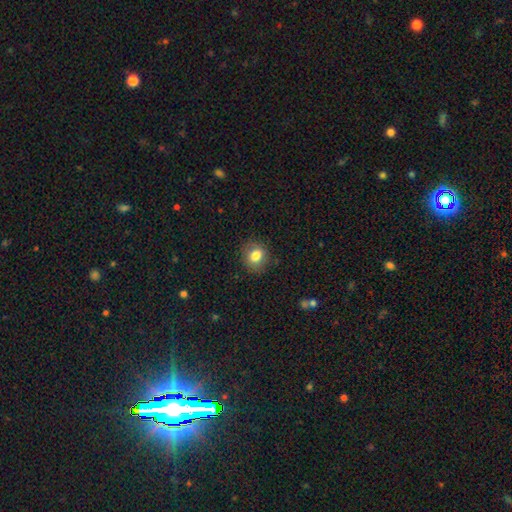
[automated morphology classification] A smooth galaxy with no disk features (82%) that is round (67%). Merging: none (85%).